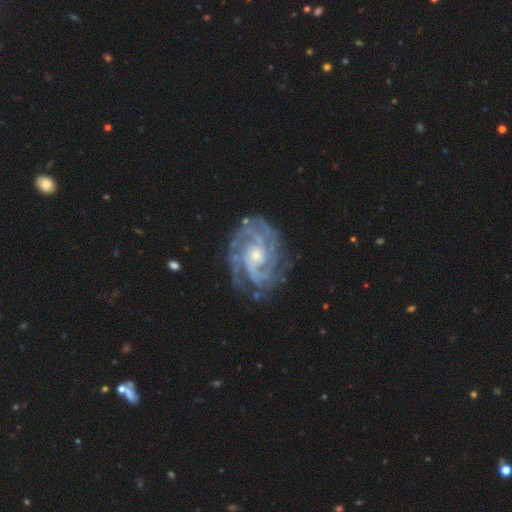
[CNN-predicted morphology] Smooth or featured? featured or disk (91%)
Edge-on disk? no (98%)
Bar? no (62%)
Spiral arms? yes (98%)
Spiral winding? tight (72%)
Spiral arm count? 3 (29%)
Bulge size? small (49%)
Merging? none (79%)